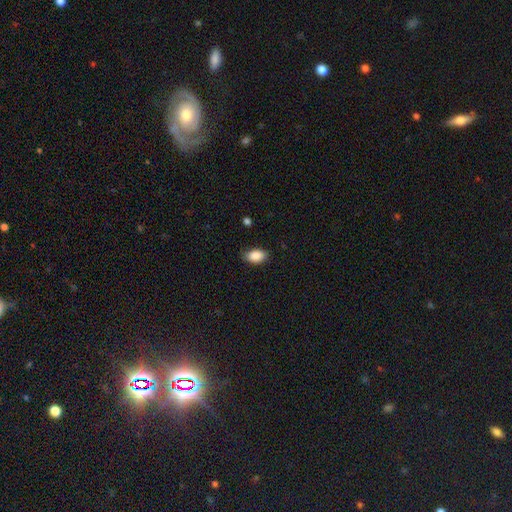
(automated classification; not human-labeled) Q: Smooth or featured?
A: smooth (89%); runner-up: star or artifact (7%)
Q: How rounded?
A: in between (91%); runner-up: round (7%)
Q: Merging?
A: none (80%); runner-up: minor disturbance (16%)